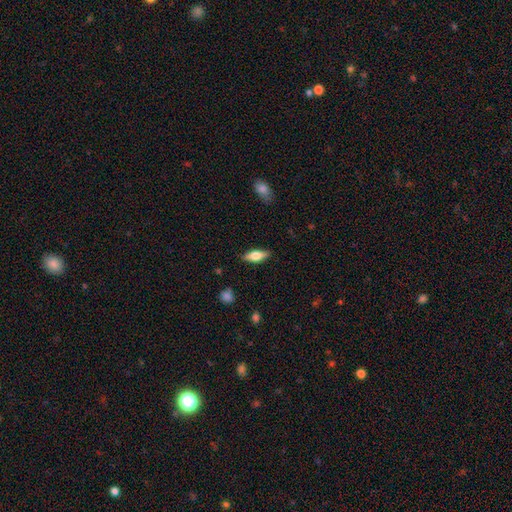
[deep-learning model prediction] Morphology: type=smooth (60%); roundness=in between (68%); merging=none (87%).